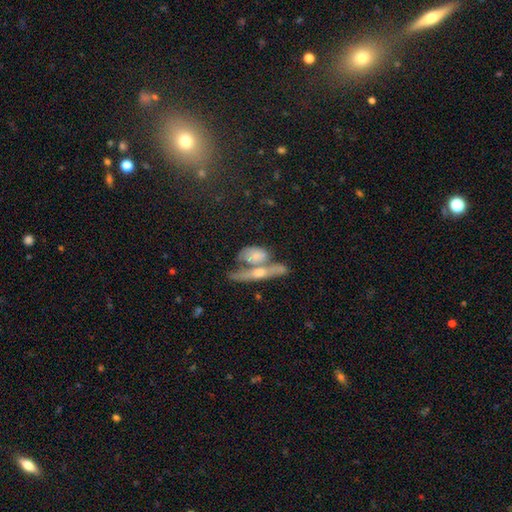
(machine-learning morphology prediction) Smooth or featured? smooth (49%)
Merging? merger (46%)